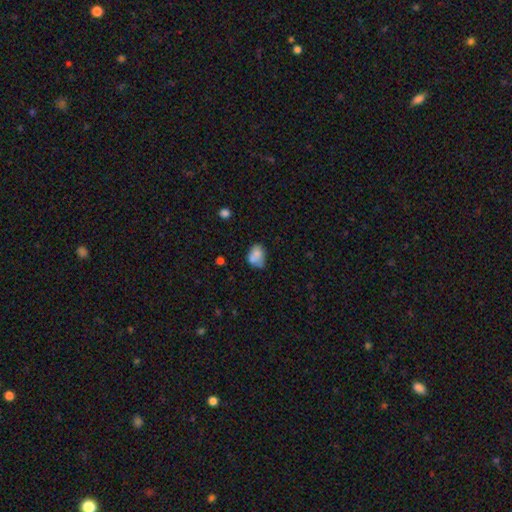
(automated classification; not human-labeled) smooth-or-featured: smooth: 75% | featured or disk: 16% | star or artifact: 10%
  how-rounded: in between: 71% | round: 28% | cigar-shaped: 1%
  merging: none: 40% | merger: 26% | minor disturbance: 25% | major disturbance: 9%